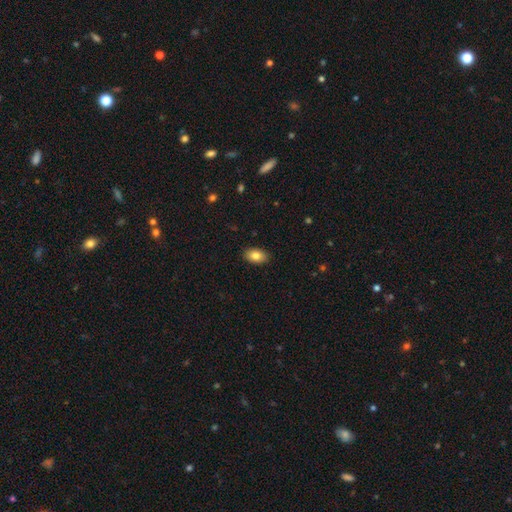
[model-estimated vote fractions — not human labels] smooth_or_featured: smooth (p=0.82) [alt: featured or disk p=0.10]
how_rounded: in between (p=0.90) [alt: round p=0.08]
merging: none (p=0.89) [alt: minor disturbance p=0.08]